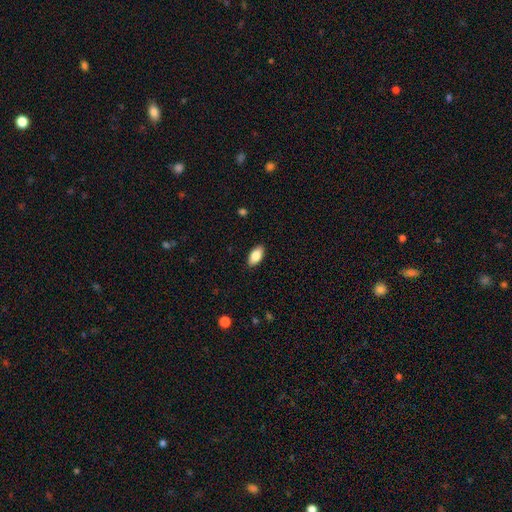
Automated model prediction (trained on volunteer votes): Smooth or featured? smooth (85%)
How rounded? in between (93%)
Merging? none (88%)